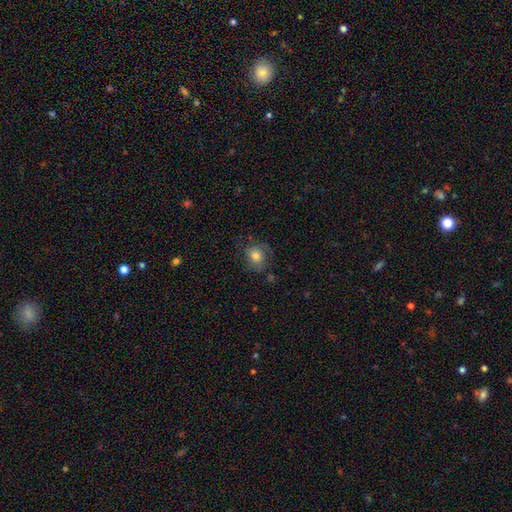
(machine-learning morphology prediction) type=smooth (71%); roundness=round (65%); merging=none (65%).